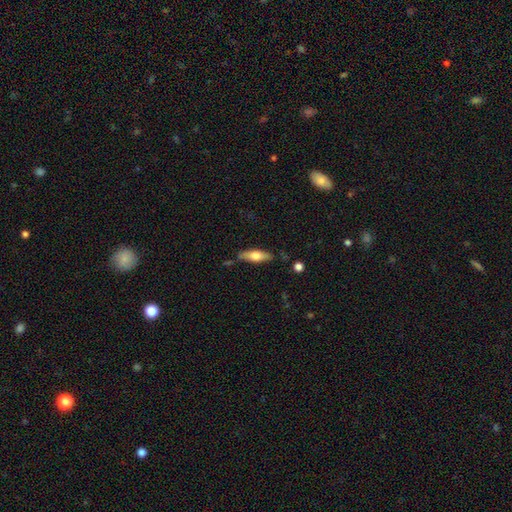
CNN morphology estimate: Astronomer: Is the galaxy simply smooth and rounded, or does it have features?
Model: smooth — 60%.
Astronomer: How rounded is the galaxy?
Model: cigar-shaped — 49%, tied with in between at 49%.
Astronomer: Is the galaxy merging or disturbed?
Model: none — 71%.